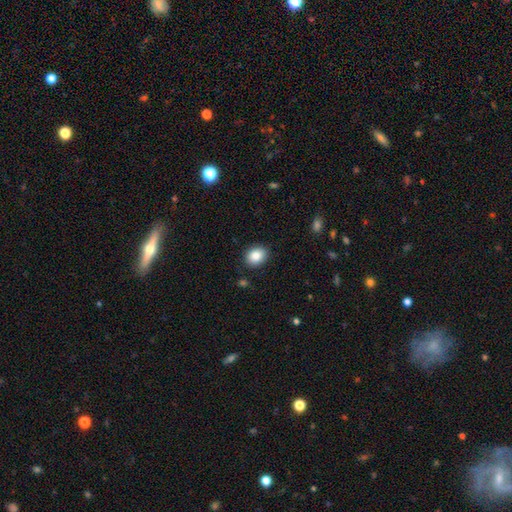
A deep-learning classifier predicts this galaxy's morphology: Overall: smooth (85%). How rounded: in between (58%; round 41%). Merging: none (88%).